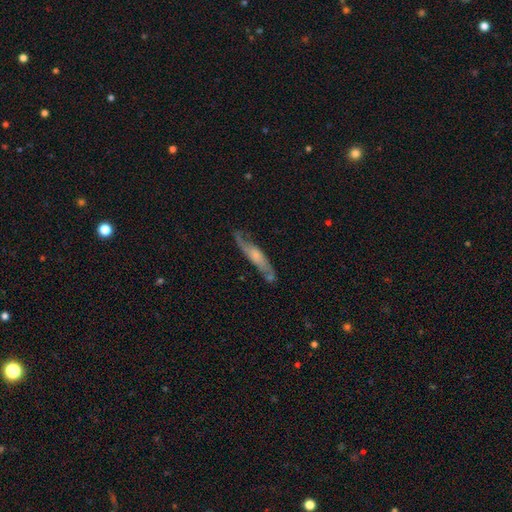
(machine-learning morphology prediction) Overall: featured or disk (62%; smooth 32%). Edge-on disk: no (53%; yes 47%). Merging: none (65%).